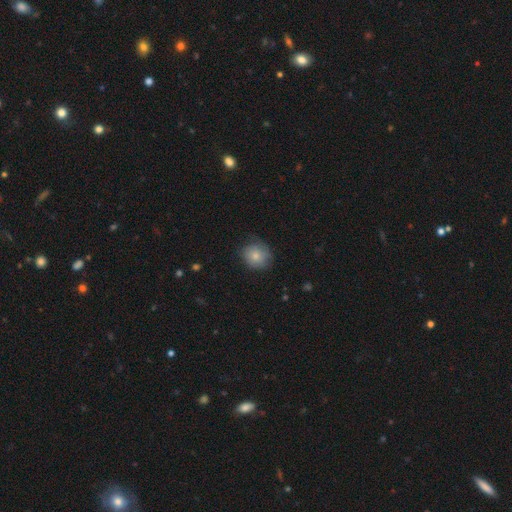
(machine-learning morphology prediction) Smooth or featured?
  - smooth: 76% *
  - featured or disk: 16%
  - star or artifact: 8%
How rounded?
  - round: 80% *
  - in between: 19%
  - cigar-shaped: 1%
Merging?
  - none: 67% *
  - minor disturbance: 25%
  - major disturbance: 7%
  - merger: 1%